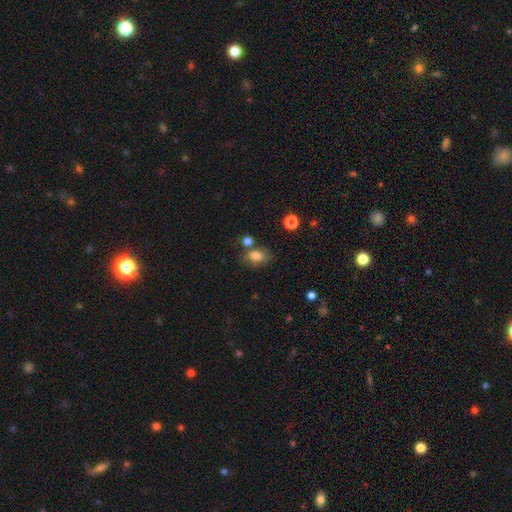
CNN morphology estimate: smooth 79%, star or artifact 11%, featured or disk 10%. Down the decision tree: how rounded — in between (75%); merging — none (61%).